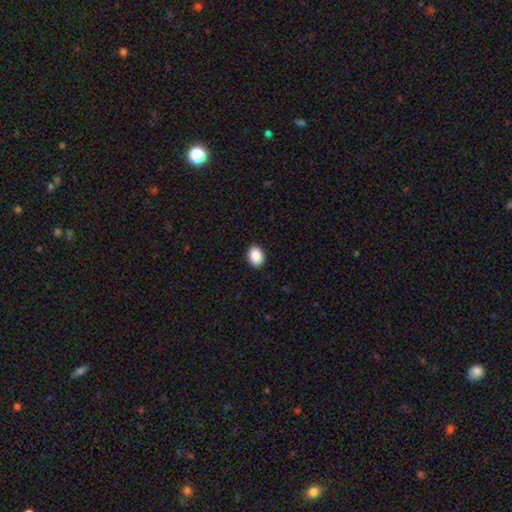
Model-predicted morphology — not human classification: Q: Smooth or featured?
A: smooth (90%); runner-up: star or artifact (7%)
Q: How rounded?
A: in between (72%); runner-up: round (27%)
Q: Merging?
A: none (91%); runner-up: minor disturbance (7%)